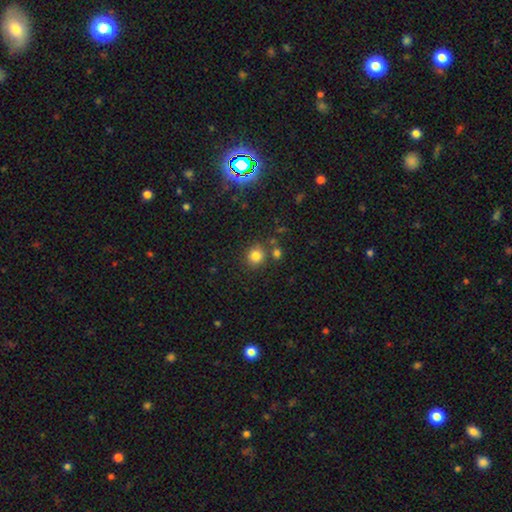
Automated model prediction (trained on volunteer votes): A smooth galaxy with no disk features (81%) that is round (86%). Merging: none (76%).